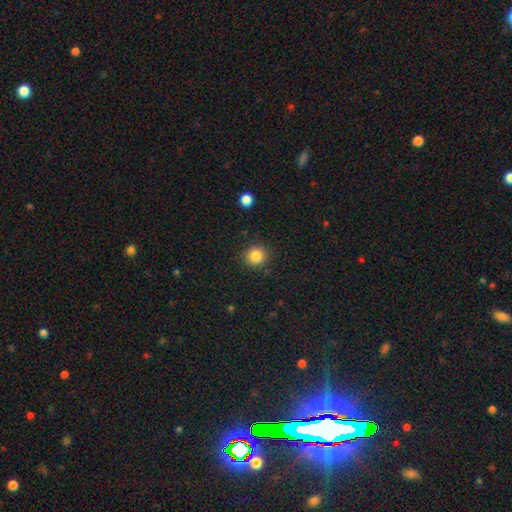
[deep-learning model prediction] Smooth or featured?
  - smooth: 85% *
  - star or artifact: 10%
  - featured or disk: 4%
How rounded?
  - round: 92% *
  - in between: 7%
  - cigar-shaped: 1%
Merging?
  - none: 89% *
  - minor disturbance: 7%
  - major disturbance: 2%
  - merger: 1%